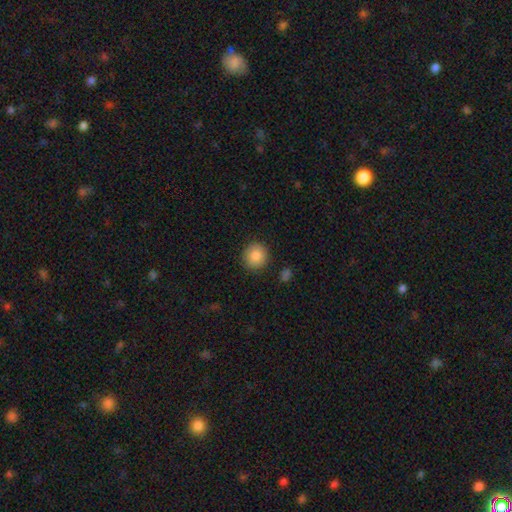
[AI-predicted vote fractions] Smooth or featured: smooth — 87% (star or artifact — 8%)
How rounded: round — 91% (in between — 8%)
Merging: none — 89% (minor disturbance — 7%)